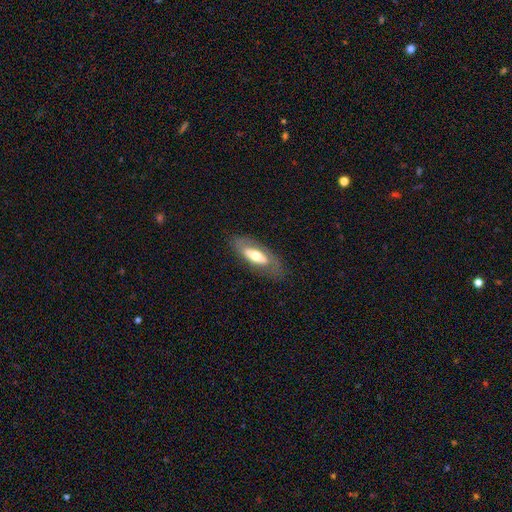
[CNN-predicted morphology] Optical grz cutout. It shows a featured or disk galaxy (48%). Merging: none (73%).